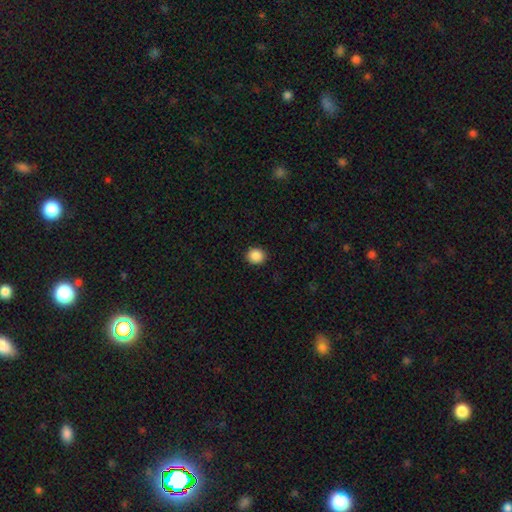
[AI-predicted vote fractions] smooth 88%, star or artifact 9%, featured or disk 3%. Down the decision tree: how rounded — round (83%); merging — none (91%).